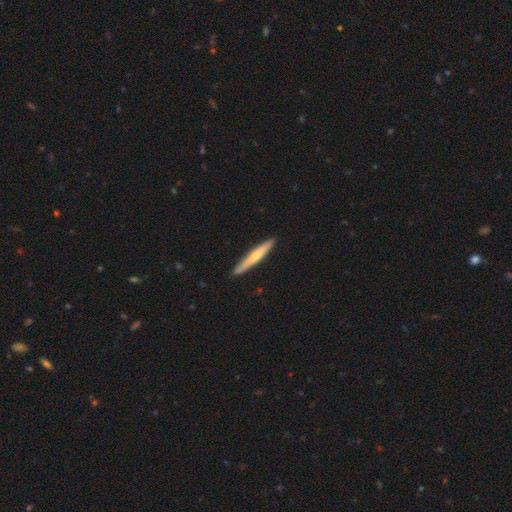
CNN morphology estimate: This appears to be a smooth galaxy with no disk features (53%) that is cigar-shaped (95%). Merging: none (90%).